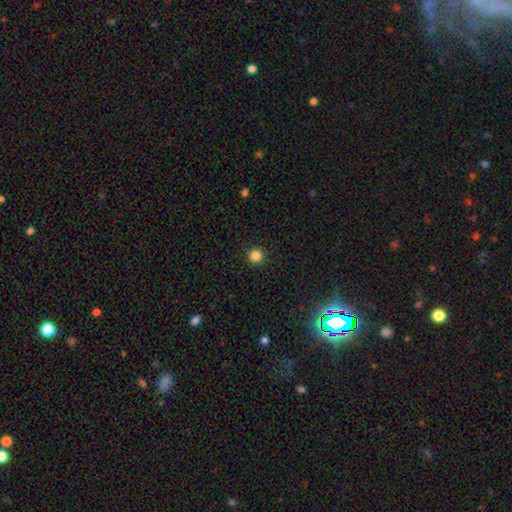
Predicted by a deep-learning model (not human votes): This is clearly a smooth galaxy (84%). How rounded: clearly round (95%). Merging: clearly none (92%).